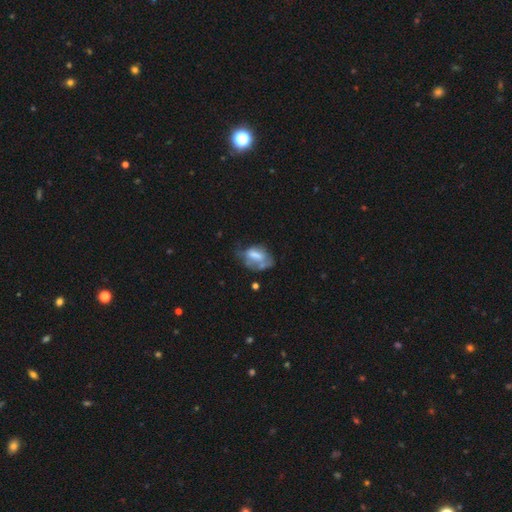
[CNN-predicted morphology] A smooth galaxy with no disk features (51%) that is in between round and cigar-shaped (83%). Merging: minor disturbance (30%).